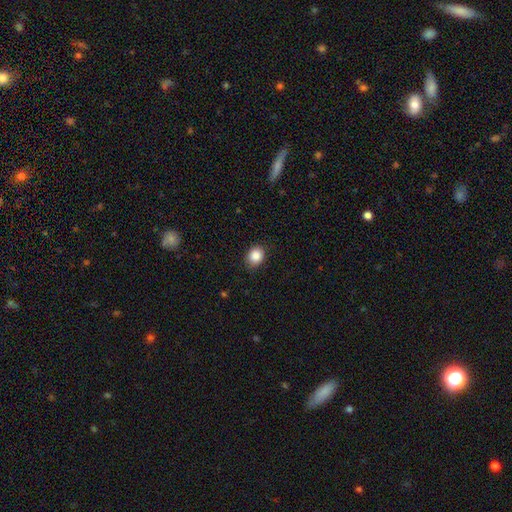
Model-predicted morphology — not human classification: The model was most divided on "how rounded": round: 61%, in between: 38%, cigar-shaped: 1%. More confident: smooth or featured — smooth (87%); merging — none (83%).